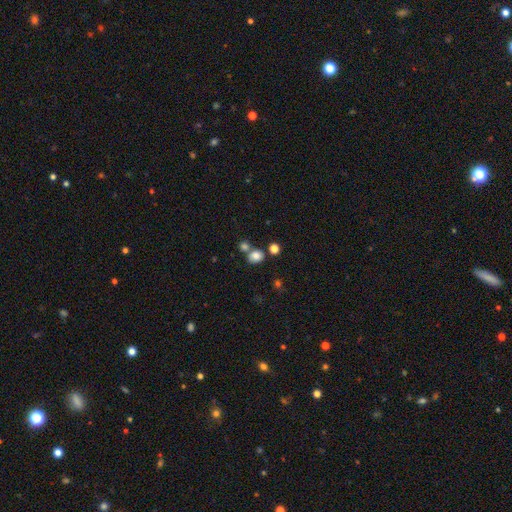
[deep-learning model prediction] Smooth or featured?
  - smooth: 81% *
  - star or artifact: 13%
  - featured or disk: 7%
How rounded?
  - round: 60% *
  - in between: 39%
  - cigar-shaped: 1%
Merging?
  - none: 56% *
  - merger: 30%
  - minor disturbance: 10%
  - major disturbance: 4%